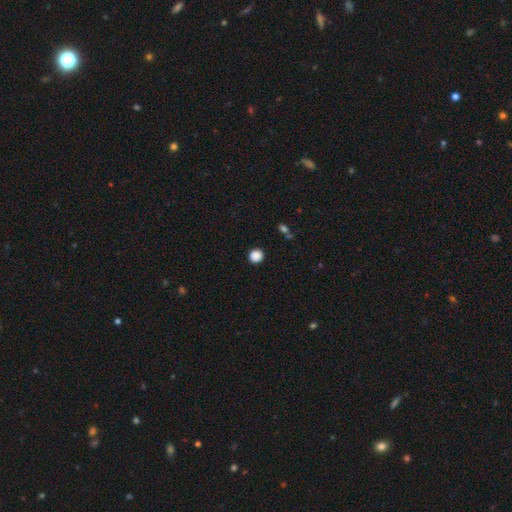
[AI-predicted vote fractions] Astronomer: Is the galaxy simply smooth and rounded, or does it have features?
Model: smooth — 87%.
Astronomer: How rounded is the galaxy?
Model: round — 89%.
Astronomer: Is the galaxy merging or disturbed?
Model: none — 88%.